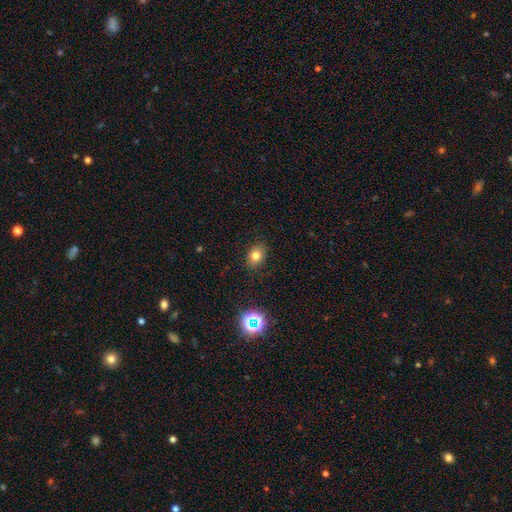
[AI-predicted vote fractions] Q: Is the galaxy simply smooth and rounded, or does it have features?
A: smooth — 76%.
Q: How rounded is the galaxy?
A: in between — 60%.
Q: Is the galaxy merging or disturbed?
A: none — 87%.